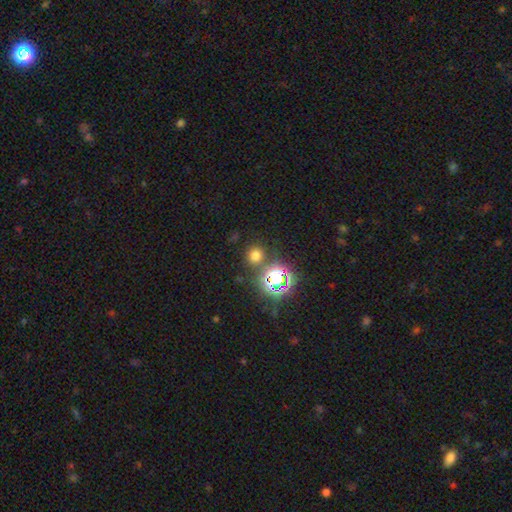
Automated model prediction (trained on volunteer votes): This is likely a smooth galaxy (65%). How rounded: clearly round (89%). Merging: clearly none (83%).